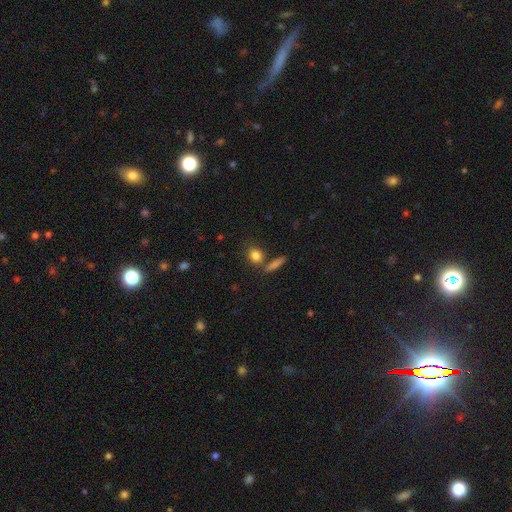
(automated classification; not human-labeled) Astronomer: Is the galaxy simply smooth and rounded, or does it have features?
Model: smooth — 83%.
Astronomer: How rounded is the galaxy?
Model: round — 60%.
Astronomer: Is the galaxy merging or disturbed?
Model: none — 68%.